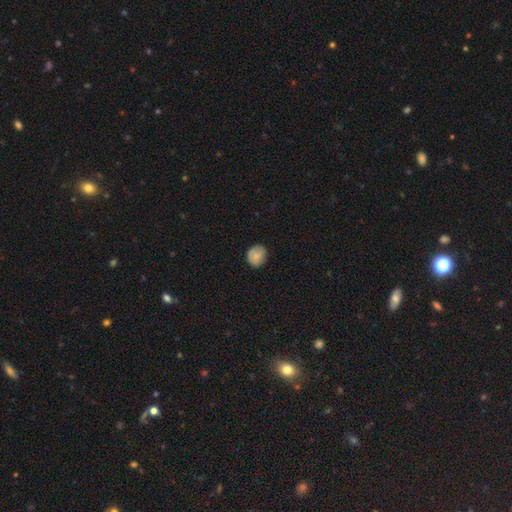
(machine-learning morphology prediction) This appears to be a smooth galaxy with no disk features (80%) that is round (73%). Merging: none (79%).